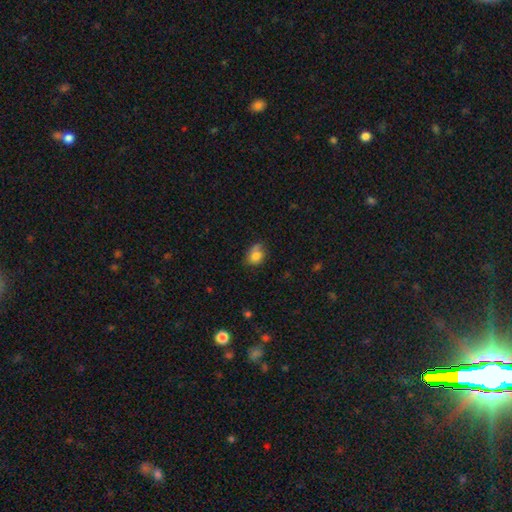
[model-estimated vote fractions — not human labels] Smooth or featured: smooth — 78% (featured or disk — 12%)
How rounded: in between — 55% (round — 44%)
Merging: none — 54% (minor disturbance — 33%)